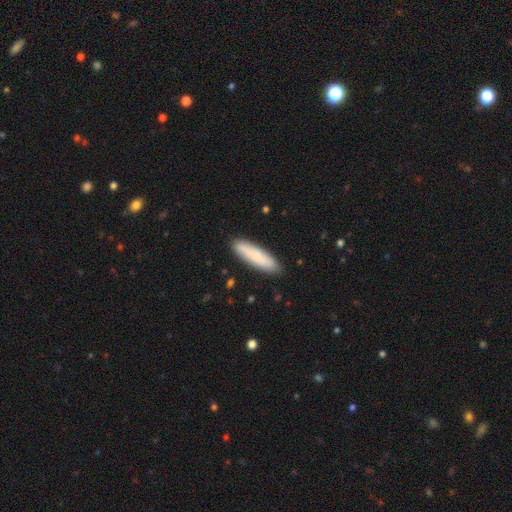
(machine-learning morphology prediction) smooth-or-featured: smooth: 77% | featured or disk: 17% | star or artifact: 6%
  how-rounded: cigar-shaped: 71% | in between: 28% | round: 1%
  merging: none: 88% | minor disturbance: 9% | major disturbance: 2% | merger: 1%